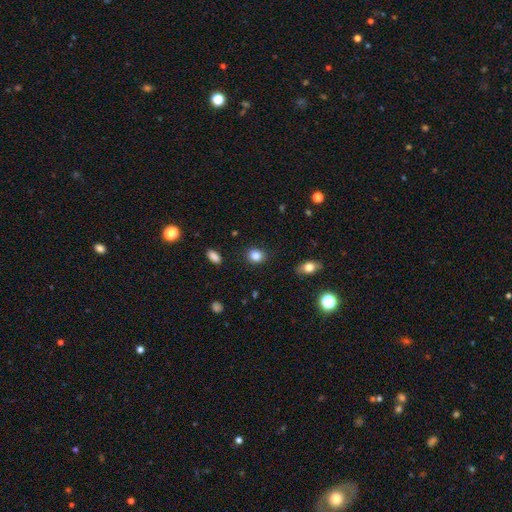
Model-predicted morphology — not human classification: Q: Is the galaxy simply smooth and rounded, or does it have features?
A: smooth — 86%.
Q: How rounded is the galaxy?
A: round — 64%.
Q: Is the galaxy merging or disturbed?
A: none — 86%.